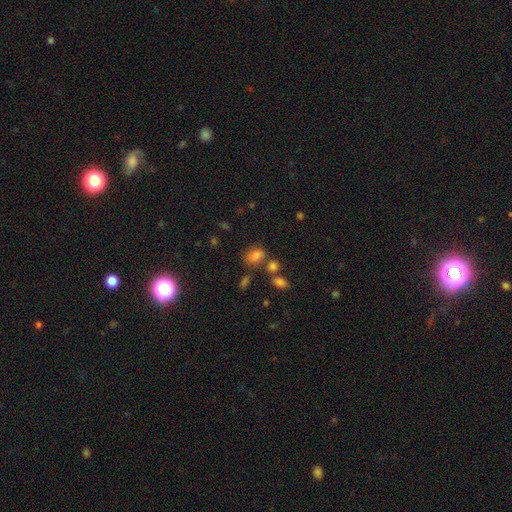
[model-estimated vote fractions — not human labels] The model was most divided on "how rounded": in between: 67%, round: 32%, cigar-shaped: 1%. More confident: smooth or featured — smooth (77%); merging — none (61%).